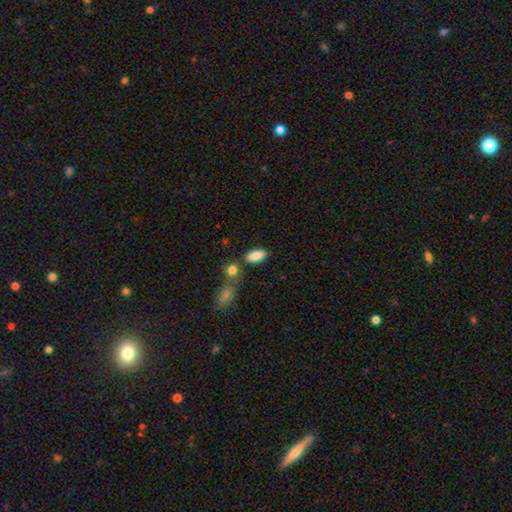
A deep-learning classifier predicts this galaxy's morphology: The model was most divided on "merging": none: 71%, merger: 13%, minor disturbance: 13%, major disturbance: 4%. More confident: how rounded — in between (89%); smooth or featured — smooth (87%).